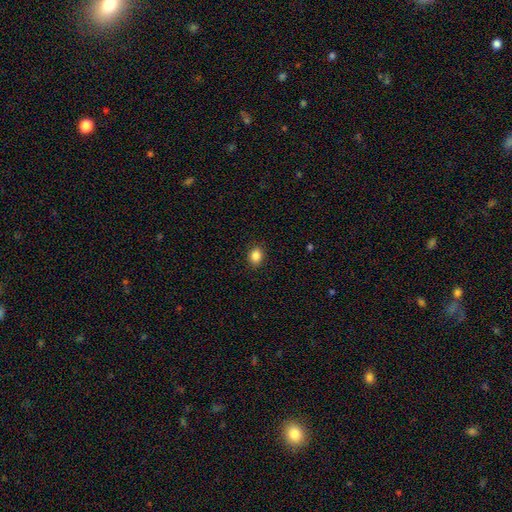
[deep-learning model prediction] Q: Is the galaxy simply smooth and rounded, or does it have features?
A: smooth — 86%.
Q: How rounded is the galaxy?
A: in between — 54%.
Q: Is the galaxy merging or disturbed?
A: none — 89%.